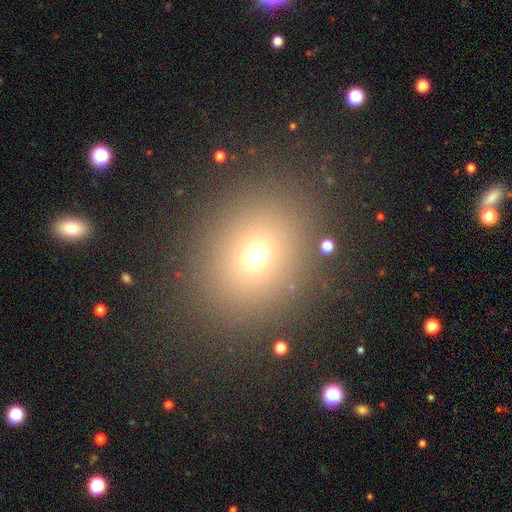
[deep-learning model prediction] Morphology: type=smooth (67%); roundness=round (73%); merging=none (87%).